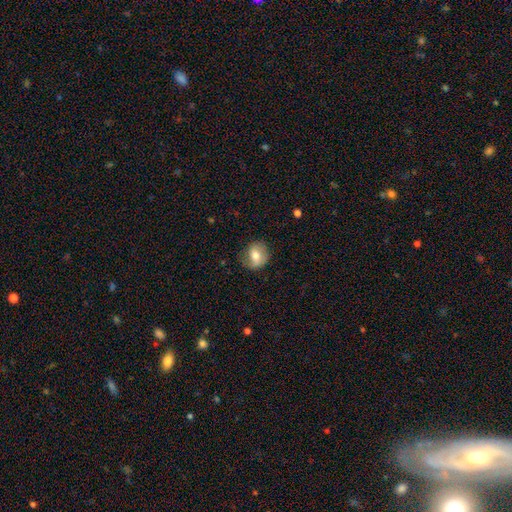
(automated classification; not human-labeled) Smooth or featured: smooth — 65% (featured or disk — 27%)
How rounded: round — 67% (in between — 31%)
Merging: none — 72% (minor disturbance — 20%)